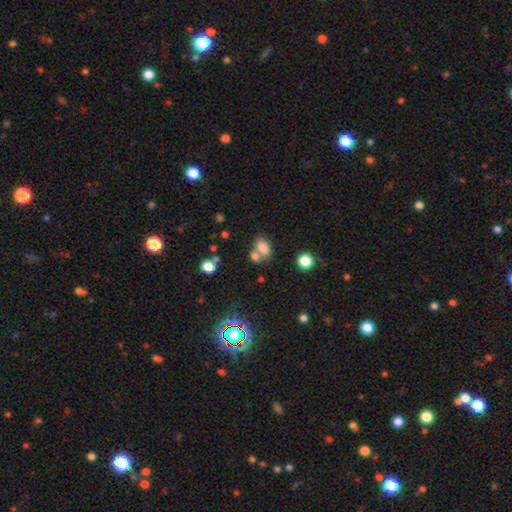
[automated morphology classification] The model was most divided on "merging": merger: 44%, none: 41%, minor disturbance: 11%, major disturbance: 4%. More confident: how rounded — in between (81%); smooth or featured — smooth (76%).